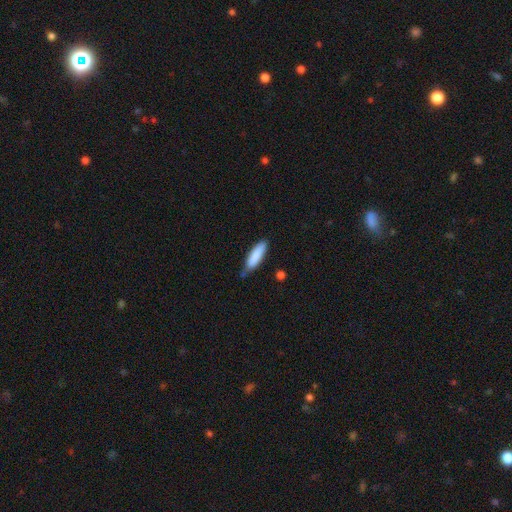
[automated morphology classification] Overall: smooth (86%). How rounded: cigar-shaped (65%; in between 34%). Merging: none (69%).